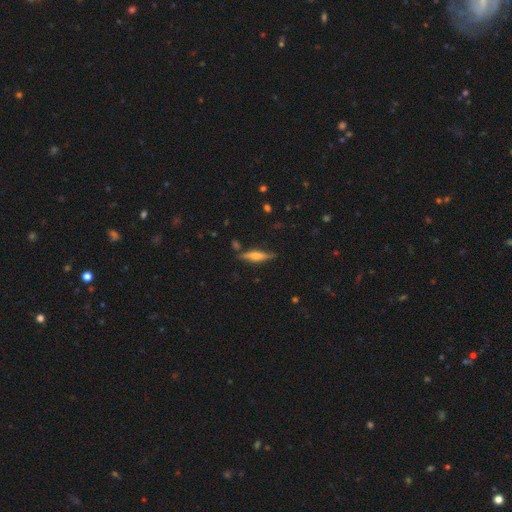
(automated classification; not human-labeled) A featured or disk galaxy (60%) viewed edge-on (95%) with a rounded central bulge (78%). Merging: none (81%).